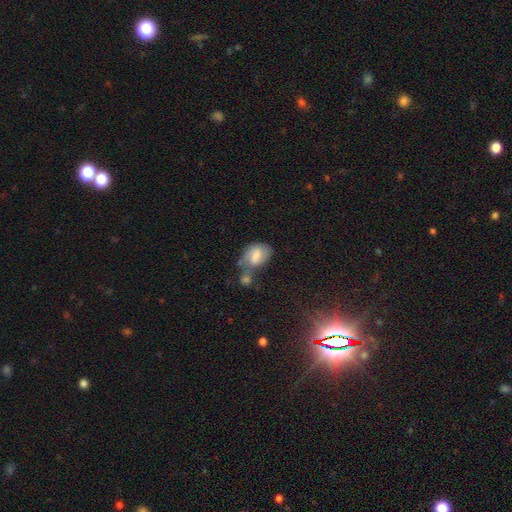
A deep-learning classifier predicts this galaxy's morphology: smooth-or-featured: smooth: 67% | featured or disk: 24% | star or artifact: 9%
  how-rounded: in between: 80% | round: 18% | cigar-shaped: 2%
  merging: merger: 39% | none: 24% | minor disturbance: 21% | major disturbance: 16%